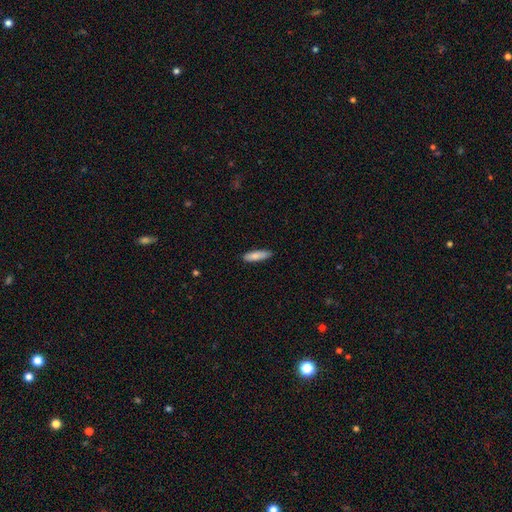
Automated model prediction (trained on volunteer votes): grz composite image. It shows a smooth galaxy with no disk features (82%) that is cigar-shaped (65%). Merging: none (85%).